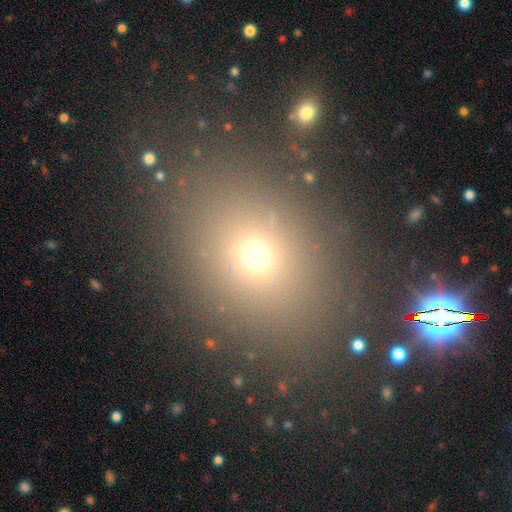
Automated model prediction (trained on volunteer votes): Smooth or featured? smooth (64%)
How rounded? round (52%)
Merging? none (83%)